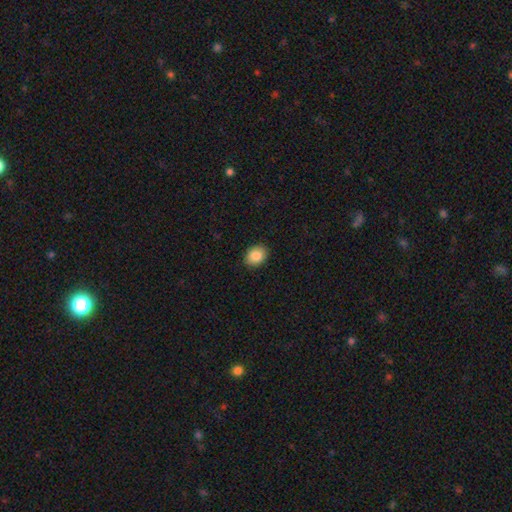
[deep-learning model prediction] A smooth galaxy with no disk features (87%) that is in between round and cigar-shaped (61%). Merging: none (90%).